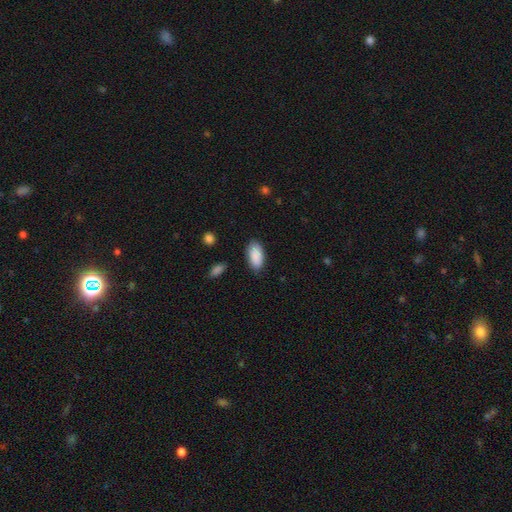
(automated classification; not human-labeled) Overall: smooth (90%). How rounded: in between (92%). Merging: none (85%).